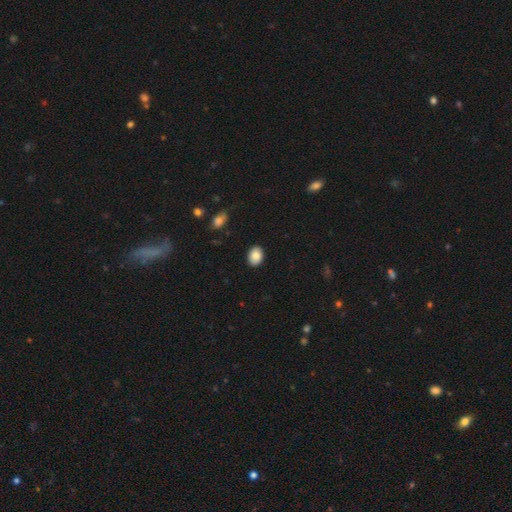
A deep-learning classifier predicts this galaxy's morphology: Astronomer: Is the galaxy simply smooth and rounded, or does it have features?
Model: smooth — 84%.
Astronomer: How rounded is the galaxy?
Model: in between — 73%.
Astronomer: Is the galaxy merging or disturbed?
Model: none — 89%.